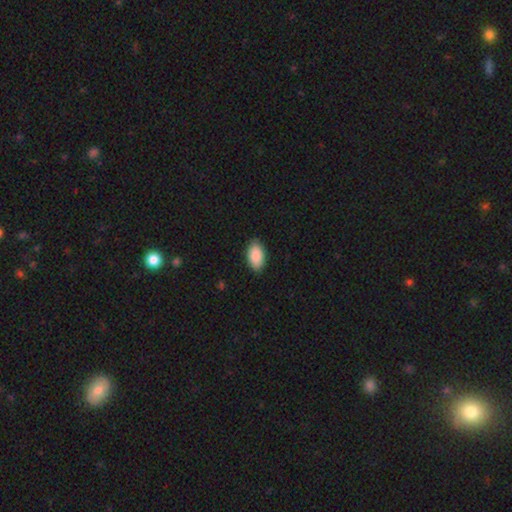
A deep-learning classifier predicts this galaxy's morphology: A smooth galaxy with no disk features (89%) that is in between round and cigar-shaped (95%). Merging: none (88%).